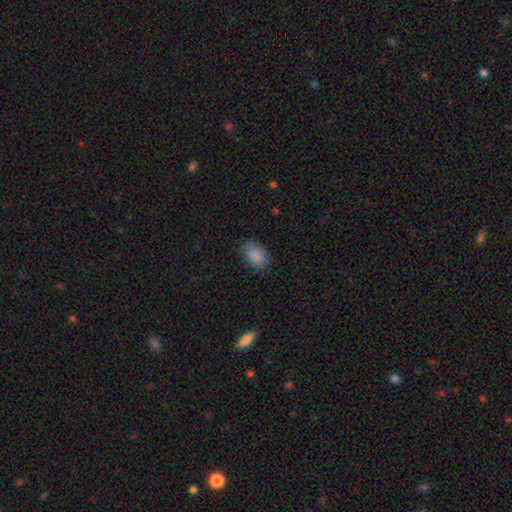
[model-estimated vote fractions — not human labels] A smooth galaxy with no disk features (88%) that is in between round and cigar-shaped (81%). Merging: none (81%).